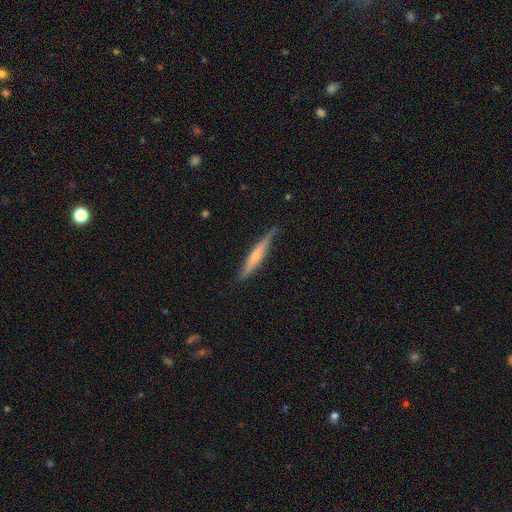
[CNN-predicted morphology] This appears to be a smooth galaxy with no disk features (48%). Merging: none (76%).